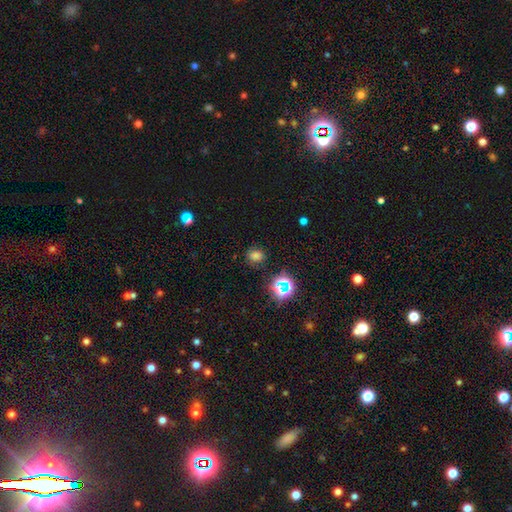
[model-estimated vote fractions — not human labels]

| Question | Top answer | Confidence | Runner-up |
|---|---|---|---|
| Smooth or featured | smooth | 60% | star or artifact (33%) |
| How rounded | round | 64% | in between (35%) |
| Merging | none | 83% | minor disturbance (11%) |